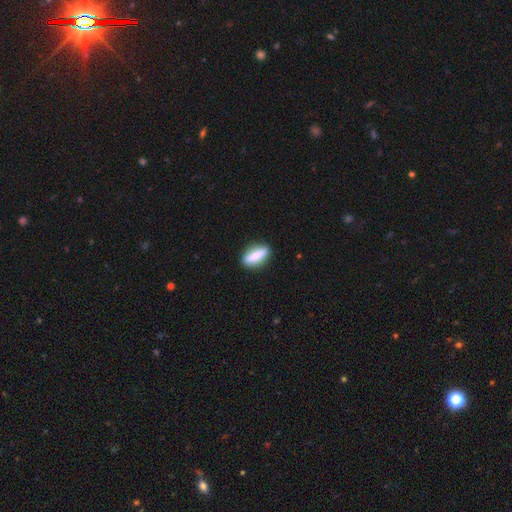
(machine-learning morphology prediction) The model was most divided on "how rounded": cigar-shaped: 53%, in between: 44%, round: 4%. More confident: merging — none (88%); smooth or featured — smooth (73%).